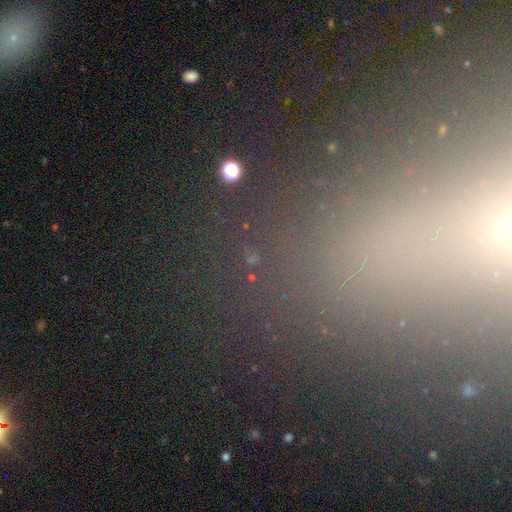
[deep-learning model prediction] Smooth or featured: star or artifact — 63% (smooth — 23%)